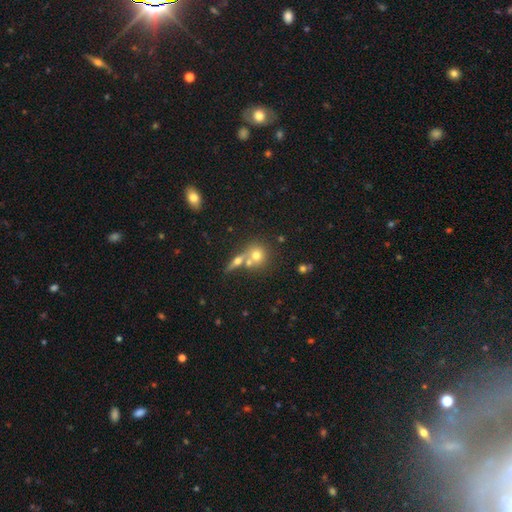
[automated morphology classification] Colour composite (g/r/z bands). It shows a smooth galaxy with no disk features (64%) that is round (81%). Merging: none (47%).